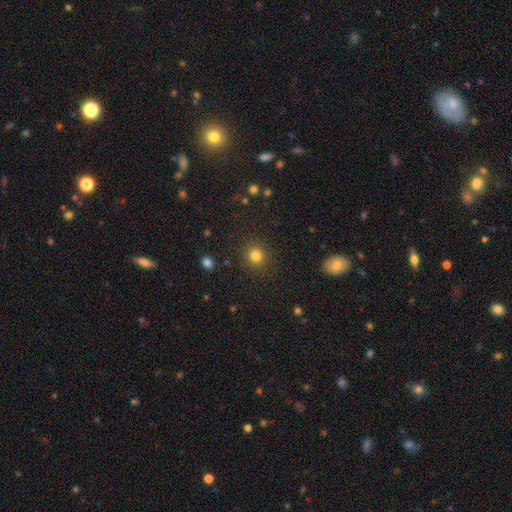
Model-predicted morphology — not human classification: Q: Smooth or featured?
A: smooth (81%); runner-up: star or artifact (13%)
Q: How rounded?
A: round (90%); runner-up: in between (10%)
Q: Merging?
A: none (89%); runner-up: minor disturbance (6%)